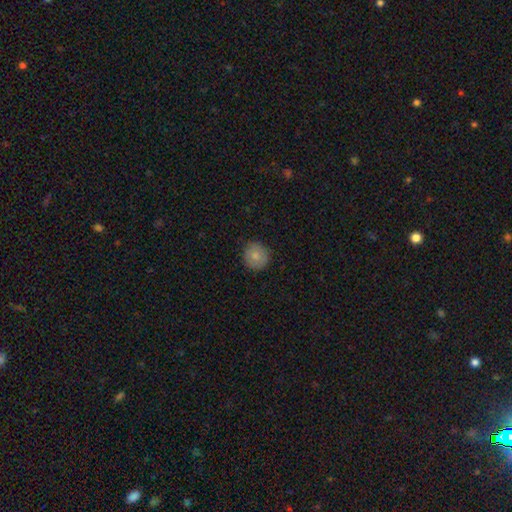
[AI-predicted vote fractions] Smooth or featured: smooth — 81% (featured or disk — 11%)
How rounded: round — 91% (in between — 8%)
Merging: none — 87% (minor disturbance — 10%)